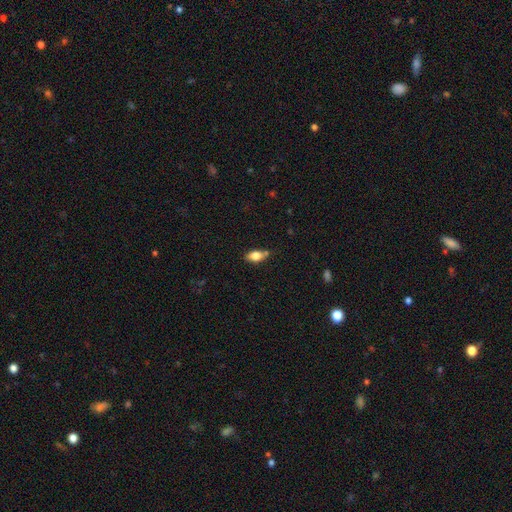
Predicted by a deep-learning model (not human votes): A smooth galaxy with no disk features (78%) that is in between round and cigar-shaped (87%).

Vote fractions:
- Smooth or featured? smooth: 78% / featured or disk: 14% / star or artifact: 8%
- How rounded? in between: 87% / round: 7% / cigar-shaped: 6%
- Merging? none: 66% / minor disturbance: 22% / merger: 7% / major disturbance: 4%